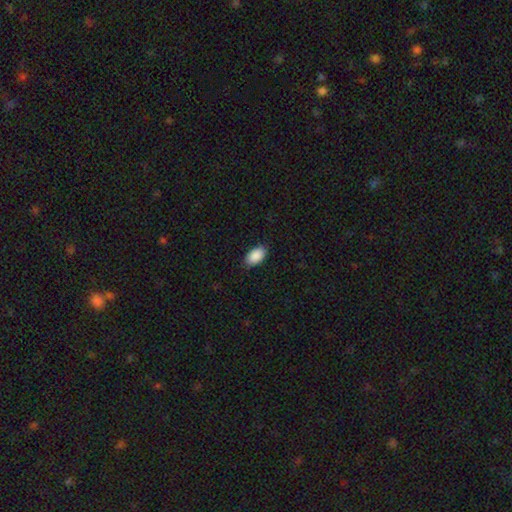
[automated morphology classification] The model was most divided on "merging": none: 86%, minor disturbance: 11%, major disturbance: 2%, merger: 1%. More confident: how rounded — in between (94%); smooth or featured — smooth (90%).